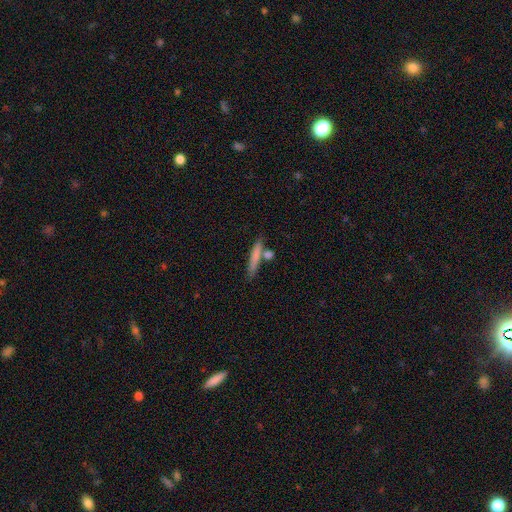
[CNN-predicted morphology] Q: Smooth or featured?
A: smooth (75%); runner-up: featured or disk (19%)
Q: How rounded?
A: cigar-shaped (88%); runner-up: in between (8%)
Q: Merging?
A: none (68%); runner-up: merger (17%)